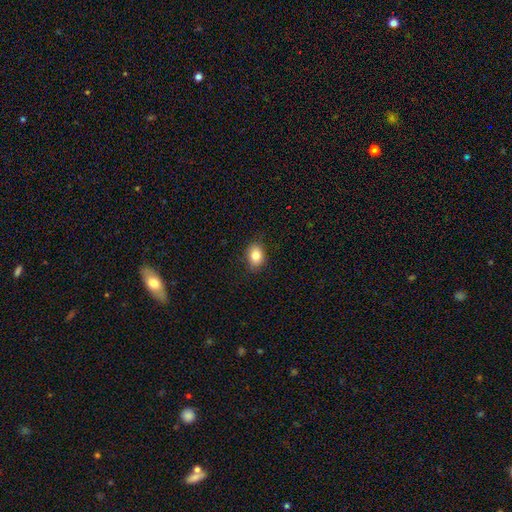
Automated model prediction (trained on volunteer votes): Overall: smooth (82%). How rounded: in between (62%; round 37%). Merging: none (84%).